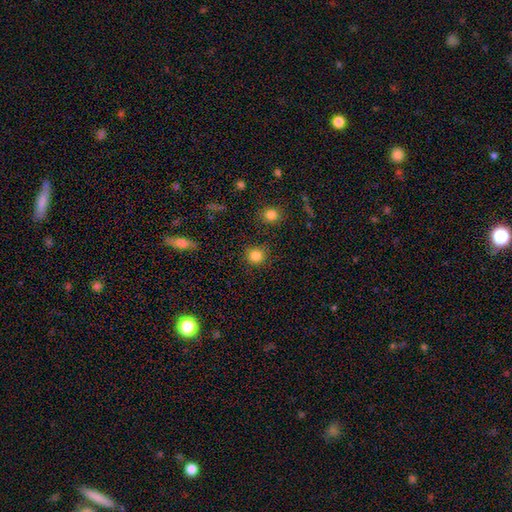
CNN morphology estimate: Smooth or featured? Predicted: smooth (p=0.84). How rounded? Predicted: round (p=0.92). Merging? Predicted: none (p=0.87).